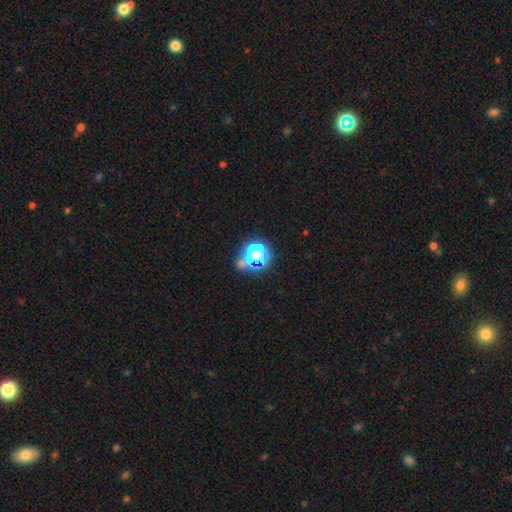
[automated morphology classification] smooth 50%, star or artifact 37%, featured or disk 13%. Down the decision tree: how rounded — round (80%); merging — none (56%).